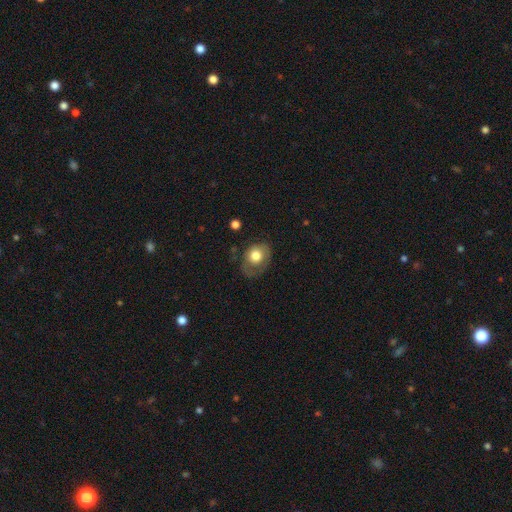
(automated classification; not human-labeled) Morphology: type=smooth (68%); roundness=in between (50%); merging=none (50%).